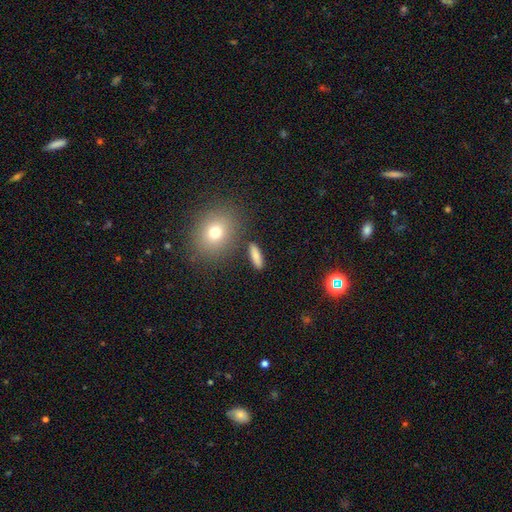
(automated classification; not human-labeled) The model was most divided on "how rounded": cigar-shaped: 55%, in between: 38%, round: 7%. More confident: merging — none (84%); smooth or featured — smooth (81%).